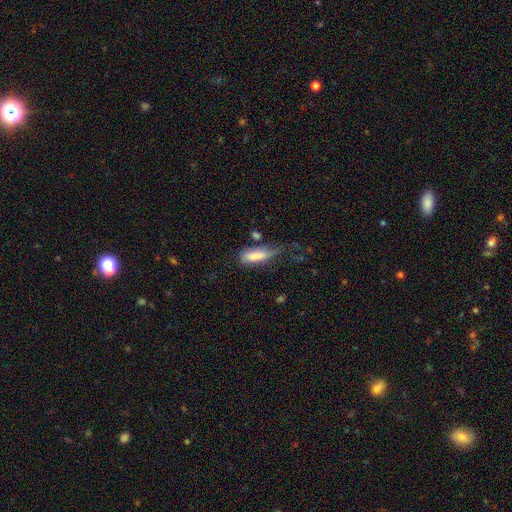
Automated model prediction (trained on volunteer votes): Overall: smooth (79%). How rounded: in between (57%; cigar-shaped 41%). Merging: minor disturbance (35%; none 31%).